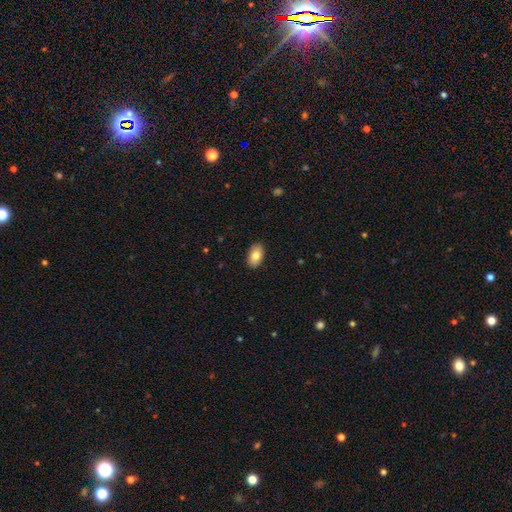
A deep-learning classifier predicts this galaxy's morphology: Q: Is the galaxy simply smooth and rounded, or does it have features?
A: smooth — 80%.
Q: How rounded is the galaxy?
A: in between — 92%.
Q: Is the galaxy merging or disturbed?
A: none — 89%.